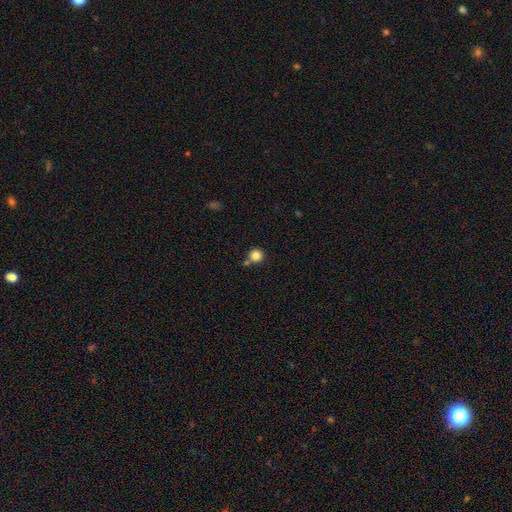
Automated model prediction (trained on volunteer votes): Smooth or featured? smooth (84%)
How rounded? round (93%)
Merging? none (71%)